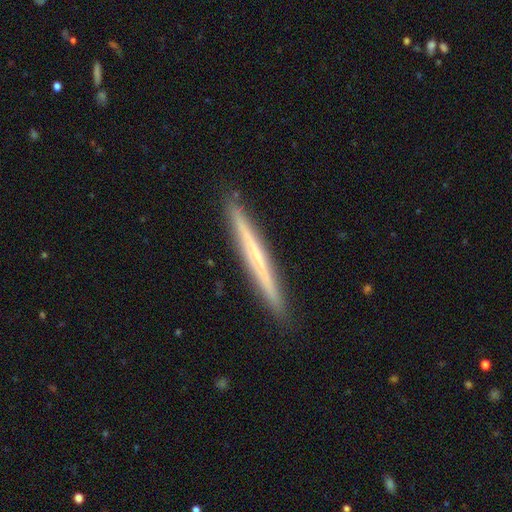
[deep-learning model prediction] A featured or disk galaxy (53%) viewed edge-on (97%) with no central bulge (80%). Merging: none (93%).